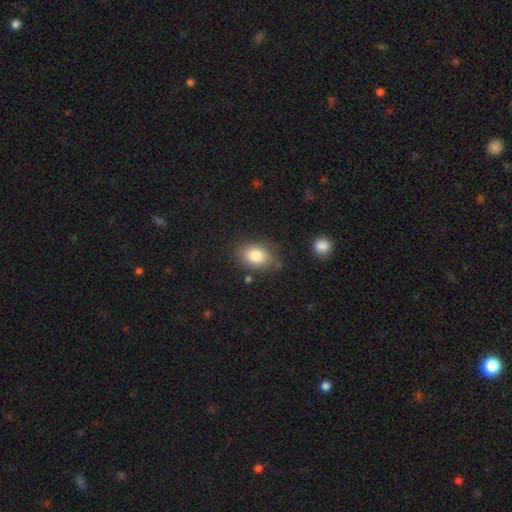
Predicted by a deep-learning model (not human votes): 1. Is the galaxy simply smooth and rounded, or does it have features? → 84% smooth, 8% featured or disk, 8% star or artifact.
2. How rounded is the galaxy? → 80% in between, 19% round, 1% cigar-shaped.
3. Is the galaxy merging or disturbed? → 76% none, 16% minor disturbance, 4% major disturbance, 3% merger.